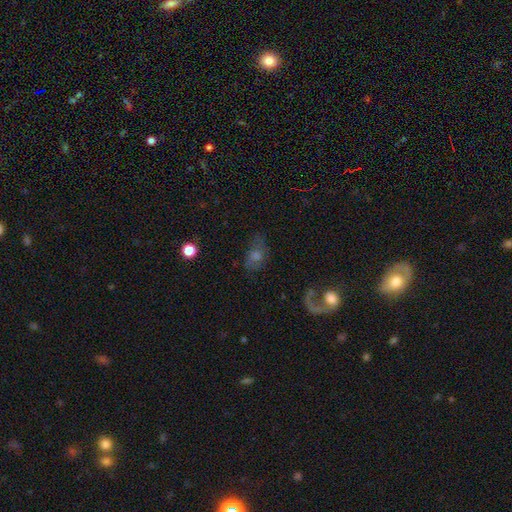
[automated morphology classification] Smooth or featured? Predicted: featured or disk (p=0.47). Merging? Predicted: none (p=0.54).